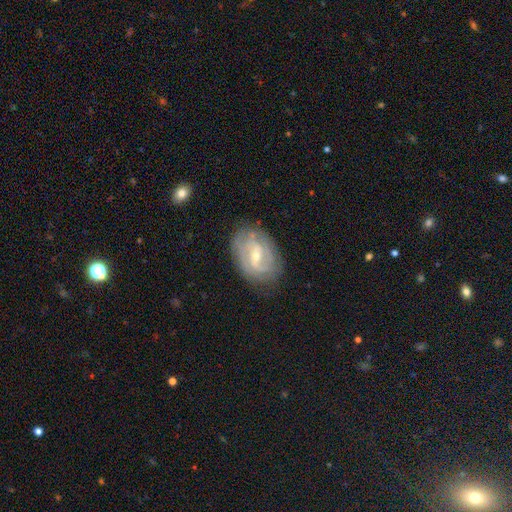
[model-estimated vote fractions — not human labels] Morphology: type=featured or disk (81%); edge-on=no (96%); bar=weak (52%); spiral arms=yes (90%); winding=tight (52%); arm count=2 (51%); bulge=small (59%); merging=none (79%).